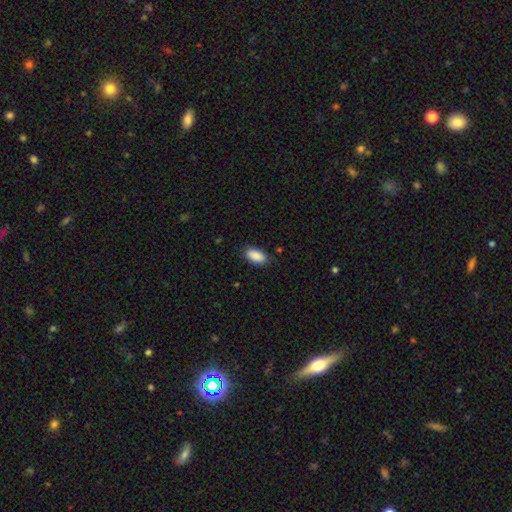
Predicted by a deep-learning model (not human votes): smooth 90%, star or artifact 7%, featured or disk 3%. Down the decision tree: how rounded — in between (93%); merging — none (86%).